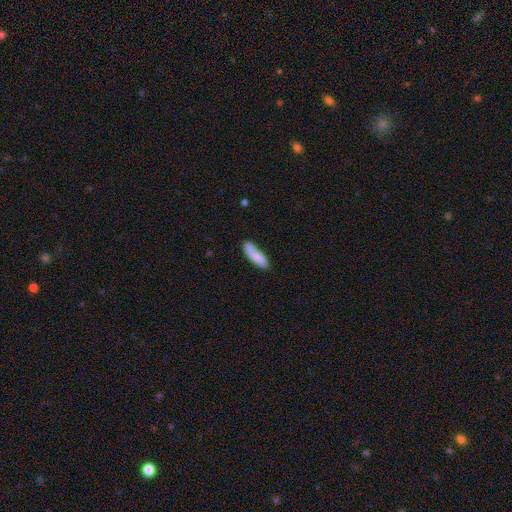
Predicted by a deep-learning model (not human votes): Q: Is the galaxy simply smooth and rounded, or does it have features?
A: smooth — 77%.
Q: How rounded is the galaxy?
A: cigar-shaped — 51%.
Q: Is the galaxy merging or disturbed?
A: none — 66%.